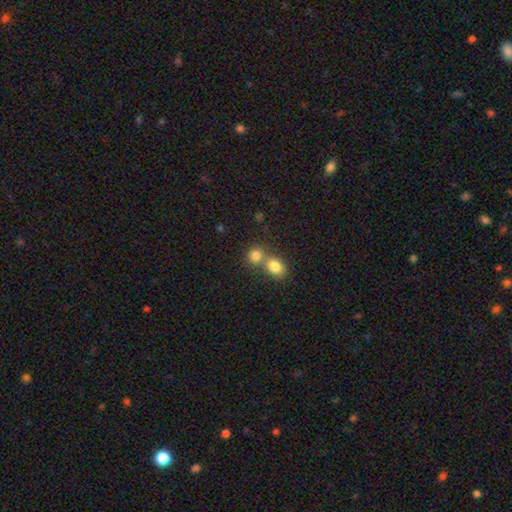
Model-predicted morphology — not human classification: Overall: smooth (80%). How rounded: round (70%). Merging: merger (51%; none 40%).